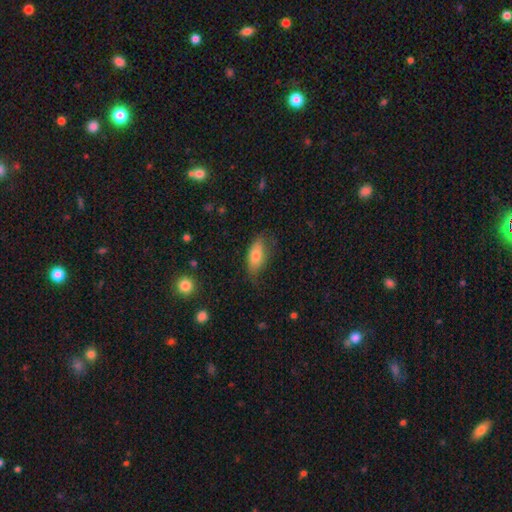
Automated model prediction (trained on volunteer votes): The model was most divided on "merging": none: 62%, minor disturbance: 28%, major disturbance: 9%, merger: 2%. More confident: how rounded — in between (84%); smooth or featured — smooth (74%).